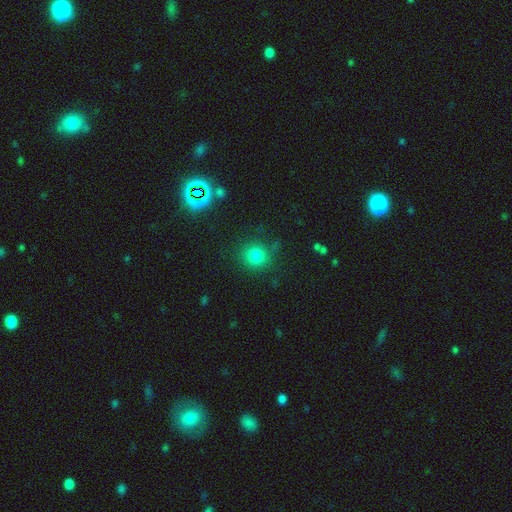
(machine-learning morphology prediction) A smooth galaxy with no disk features (78%) that is round (91%).

Vote fractions:
- Smooth or featured? smooth: 78% / star or artifact: 15% / featured or disk: 6%
- How rounded? round: 91% / in between: 8% / cigar-shaped: 1%
- Merging? none: 82% / minor disturbance: 11% / major disturbance: 4% / merger: 3%